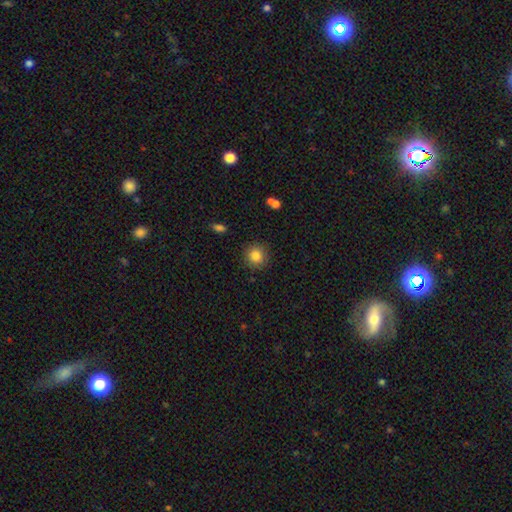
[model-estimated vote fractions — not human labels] smooth 85%, star or artifact 10%, featured or disk 5%. Down the decision tree: how rounded — round (91%); merging — none (88%).